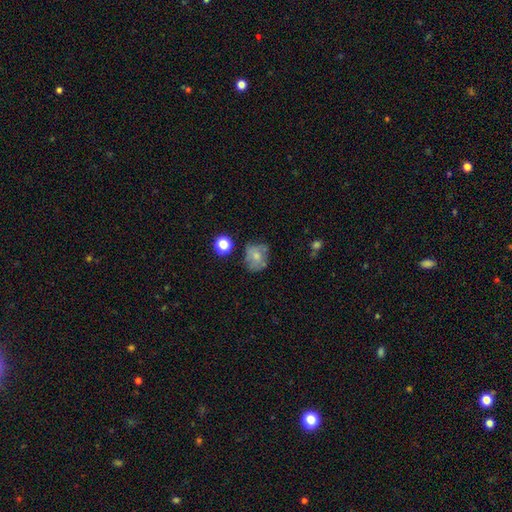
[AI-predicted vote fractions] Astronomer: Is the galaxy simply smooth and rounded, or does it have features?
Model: smooth — 60%.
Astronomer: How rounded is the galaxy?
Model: round — 66%.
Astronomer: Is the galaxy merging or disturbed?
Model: none — 53% (runner-up: minor disturbance, 28%).